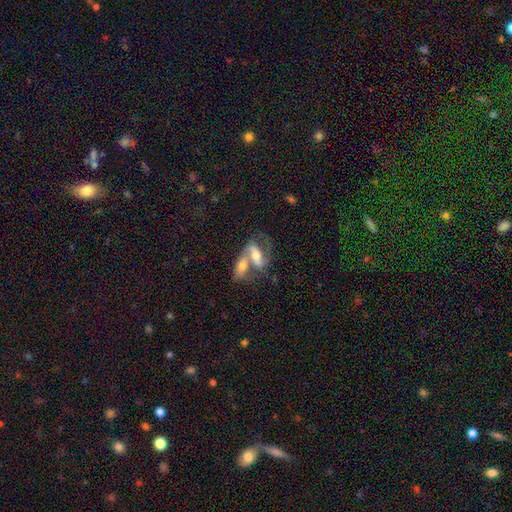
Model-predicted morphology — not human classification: Smooth or featured?
  - featured or disk: 59% *
  - smooth: 34%
  - star or artifact: 7%
Edge-on disk?
  - no: 89% *
  - yes: 11%
Bar?
  - no: 35% *
  - strong: 33%
  - weak: 32%
Spiral arms?
  - yes: 73% *
  - no: 27%
Bulge size?
  - moderate: 63% *
  - small: 20%
  - large: 13%
  - none: 3%
  - dominant: 2%
Merging?
  - merger: 66% *
  - none: 20%
  - minor disturbance: 8%
  - major disturbance: 6%